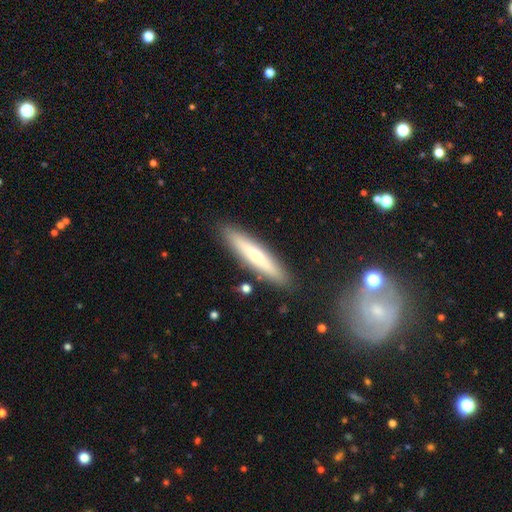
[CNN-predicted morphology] smooth_or_featured: smooth (p=0.49) [alt: featured or disk p=0.45]
merging: none (p=0.88) [alt: minor disturbance p=0.08]